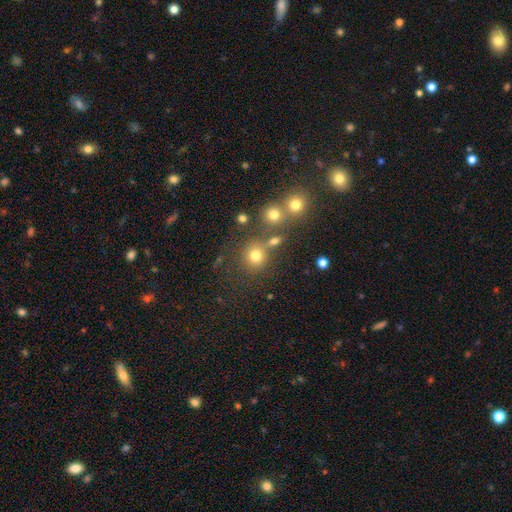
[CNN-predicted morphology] smooth_or_featured: smooth (p=0.75) [alt: star or artifact p=0.17]
how_rounded: round (p=0.86) [alt: in between p=0.13]
merging: none (p=0.68) [alt: merger p=0.17]